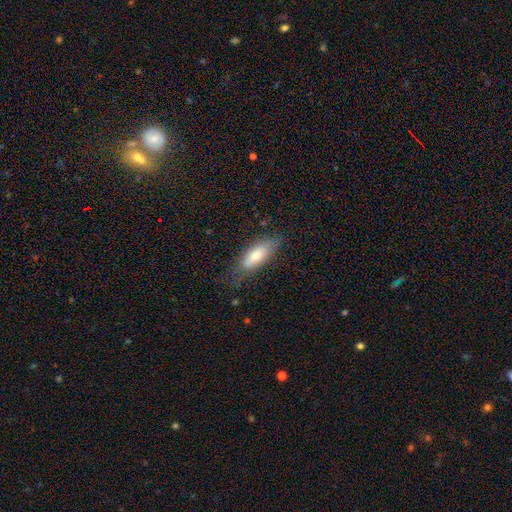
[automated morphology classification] Smooth or featured: smooth — 68% (featured or disk — 25%)
How rounded: in between — 68% (cigar-shaped — 30%)
Merging: none — 68% (minor disturbance — 24%)